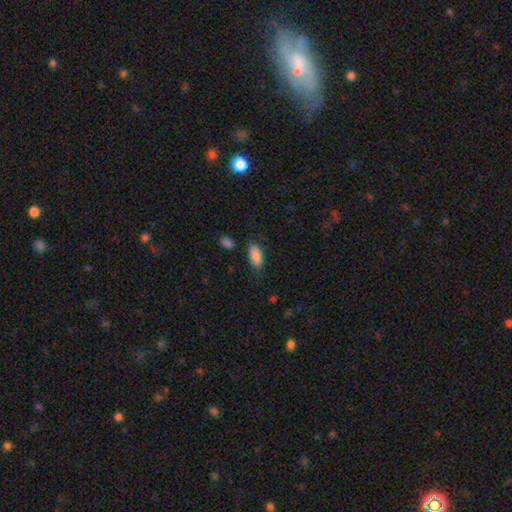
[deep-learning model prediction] Smooth or featured? Predicted: smooth (p=0.87). How rounded? Predicted: in between (p=0.88). Merging? Predicted: none (p=0.75).